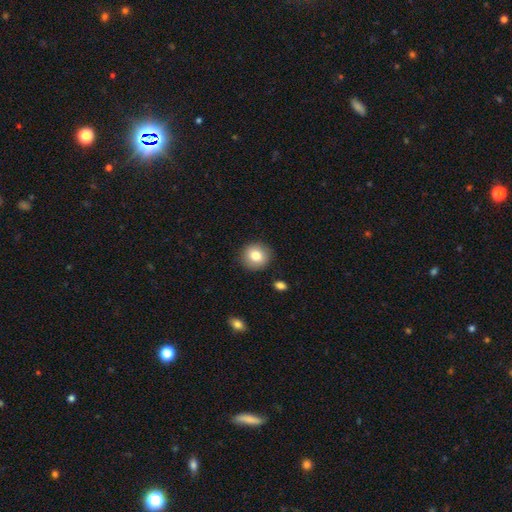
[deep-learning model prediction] smooth 82%, star or artifact 9%, featured or disk 9%. Down the decision tree: how rounded — round (89%); merging — none (89%).